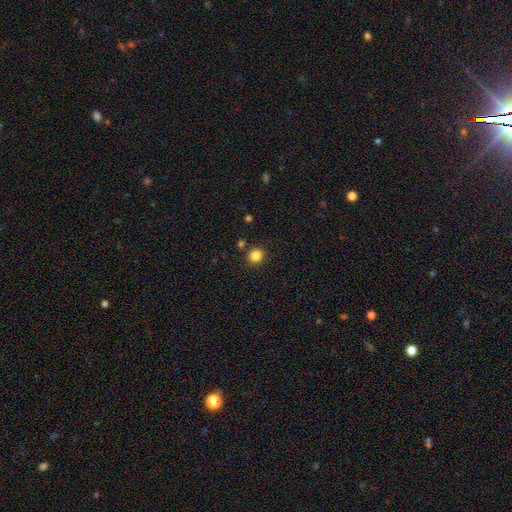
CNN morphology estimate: smooth_or_featured: smooth (p=0.84) [alt: star or artifact p=0.12]
how_rounded: round (p=0.88) [alt: in between p=0.11]
merging: none (p=0.89) [alt: minor disturbance p=0.06]